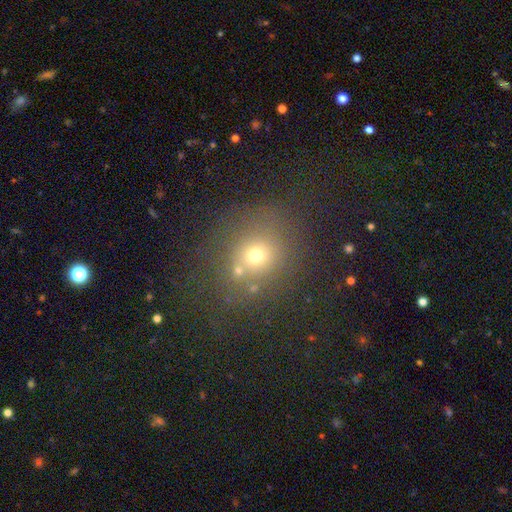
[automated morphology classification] This is likely a smooth galaxy (65%). How rounded: likely round (79%). Merging: likely none (68%).